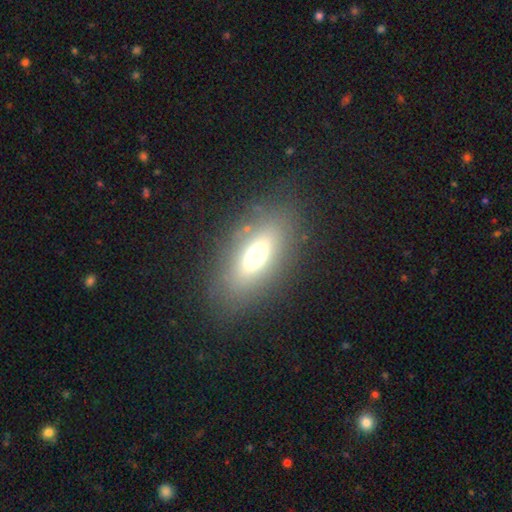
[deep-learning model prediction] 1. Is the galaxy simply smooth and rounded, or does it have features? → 62% smooth, 27% featured or disk, 11% star or artifact.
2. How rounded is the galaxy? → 77% in between, 19% cigar-shaped, 4% round.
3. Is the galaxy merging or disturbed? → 82% none, 11% minor disturbance, 5% major disturbance, 2% merger.